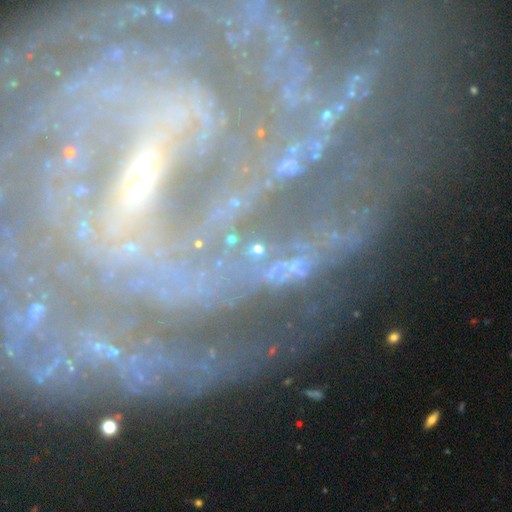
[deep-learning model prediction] Overall: star or artifact (51%; featured or disk 37%).